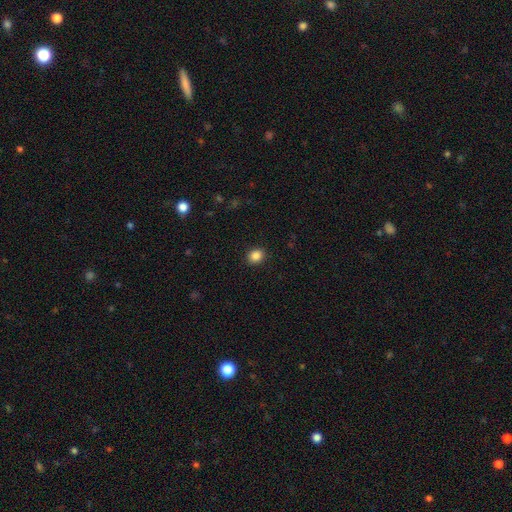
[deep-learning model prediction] smooth_or_featured: smooth (p=0.86) [alt: star or artifact p=0.10]
how_rounded: round (p=0.64) [alt: in between p=0.35]
merging: none (p=0.91) [alt: minor disturbance p=0.06]